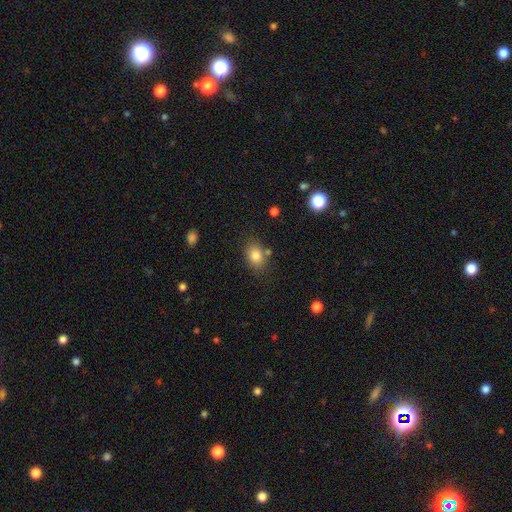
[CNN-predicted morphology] Q: Smooth or featured?
A: smooth (83%); runner-up: star or artifact (10%)
Q: How rounded?
A: in between (72%); runner-up: round (26%)
Q: Merging?
A: none (76%); runner-up: minor disturbance (13%)